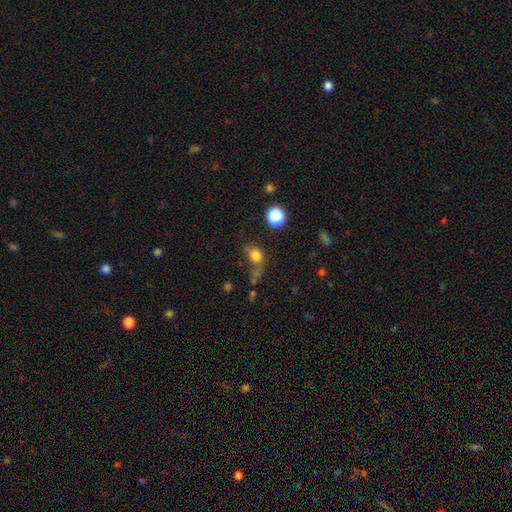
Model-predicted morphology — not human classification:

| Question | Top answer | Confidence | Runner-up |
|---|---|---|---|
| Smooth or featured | smooth | 76% | star or artifact (15%) |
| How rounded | round | 51% | in between (47%) |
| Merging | none | 43% | minor disturbance (23%) |